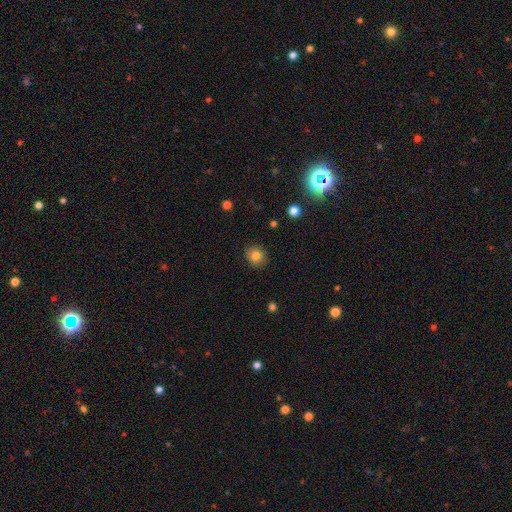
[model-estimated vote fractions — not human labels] The model was most divided on "how rounded": round: 73%, in between: 26%, cigar-shaped: 1%. More confident: merging — none (88%); smooth or featured — smooth (82%).